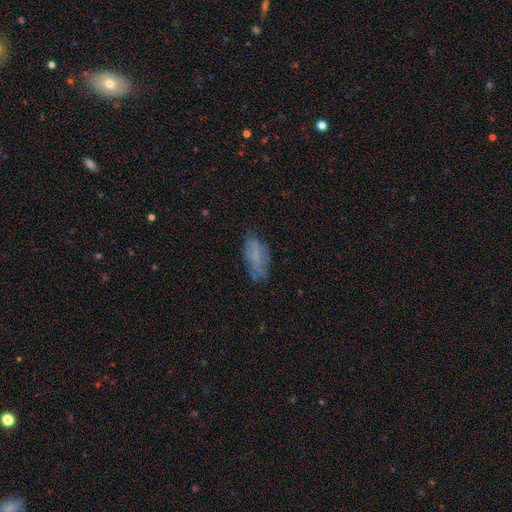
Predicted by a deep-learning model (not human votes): smooth-or-featured: smooth: 59% | featured or disk: 30% | star or artifact: 11%
  how-rounded: in between: 79% | cigar-shaped: 18% | round: 3%
  merging: none: 58% | minor disturbance: 27% | major disturbance: 13% | merger: 3%